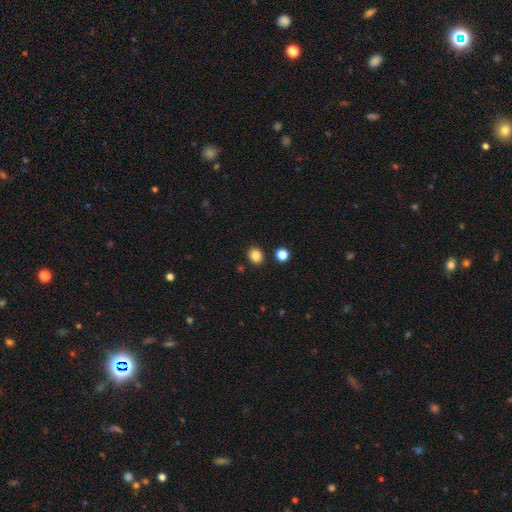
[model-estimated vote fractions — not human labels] smooth_or_featured: smooth (p=0.85) [alt: star or artifact p=0.11]
how_rounded: round (p=0.70) [alt: in between p=0.29]
merging: none (p=0.87) [alt: minor disturbance p=0.07]